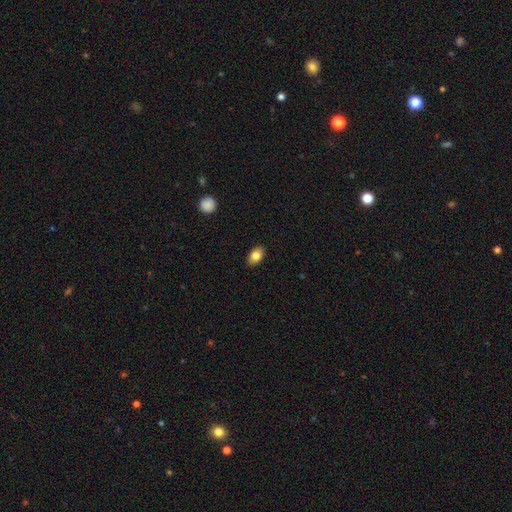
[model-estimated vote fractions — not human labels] smooth 84%, featured or disk 9%, star or artifact 8%. Down the decision tree: how rounded — in between (88%); merging — none (88%).